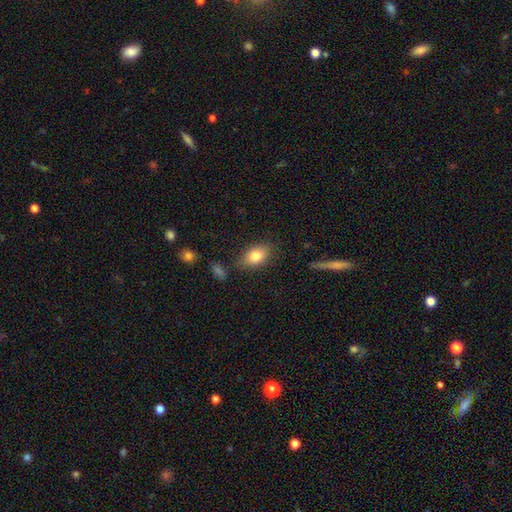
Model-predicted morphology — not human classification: Q: Smooth or featured?
A: smooth (80%); runner-up: featured or disk (12%)
Q: How rounded?
A: in between (85%); runner-up: round (13%)
Q: Merging?
A: none (81%); runner-up: minor disturbance (13%)